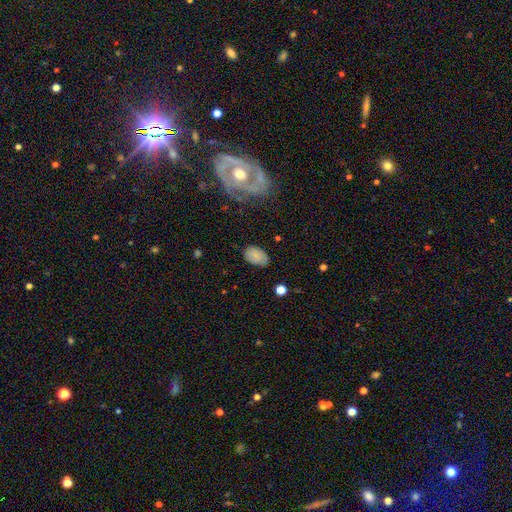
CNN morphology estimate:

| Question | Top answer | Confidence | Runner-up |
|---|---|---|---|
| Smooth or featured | smooth | 76% | featured or disk (15%) |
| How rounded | in between | 90% | round (9%) |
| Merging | none | 73% | minor disturbance (20%) |